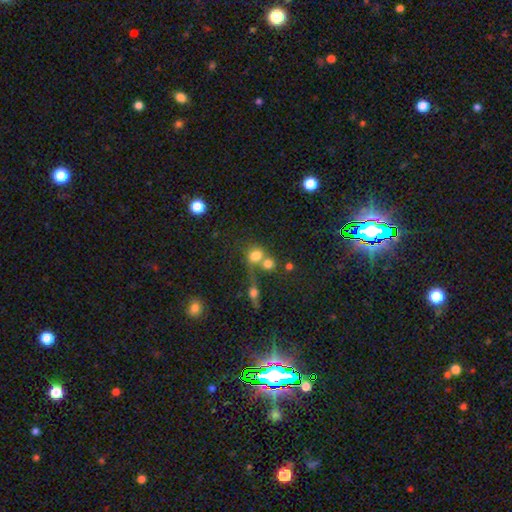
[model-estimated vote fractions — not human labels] A smooth galaxy with no disk features (74%) that is round (62%).

Vote fractions:
- Smooth or featured? smooth: 74% / featured or disk: 13% / star or artifact: 13%
- How rounded? round: 62% / in between: 36% / cigar-shaped: 2%
- Merging? merger: 51% / none: 33% / minor disturbance: 9% / major disturbance: 7%